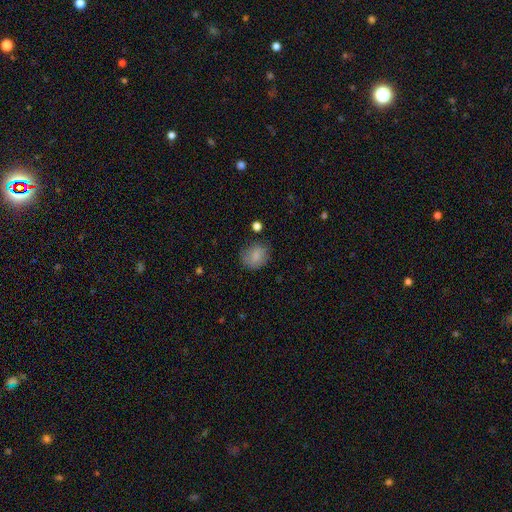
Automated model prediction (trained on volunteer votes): Q: Smooth or featured?
A: smooth (83%); runner-up: star or artifact (9%)
Q: How rounded?
A: round (70%); runner-up: in between (29%)
Q: Merging?
A: none (73%); runner-up: minor disturbance (19%)